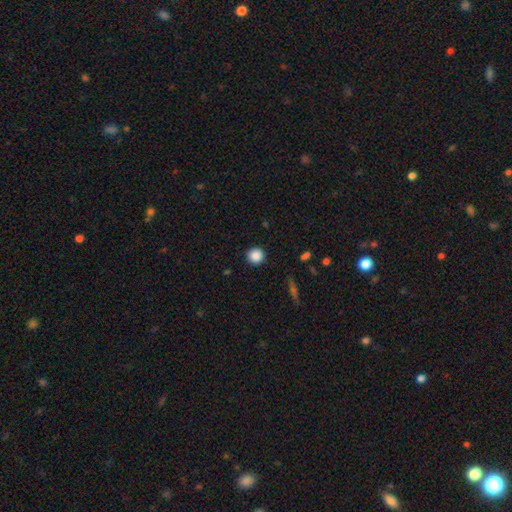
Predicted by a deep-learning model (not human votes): smooth-or-featured: smooth: 87% | star or artifact: 10% | featured or disk: 3%
  how-rounded: round: 94% | in between: 5% | cigar-shaped: 1%
  merging: none: 91% | minor disturbance: 6% | major disturbance: 2% | merger: 1%